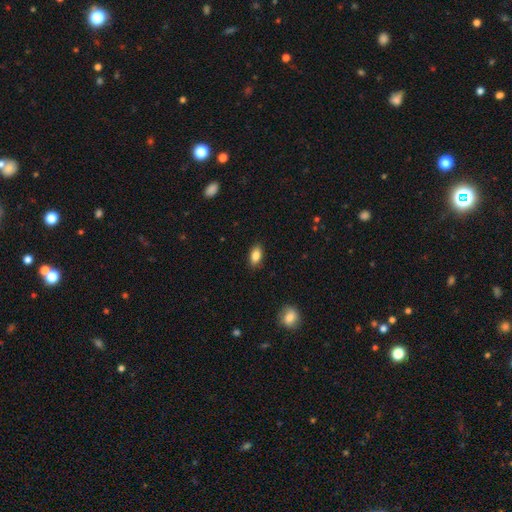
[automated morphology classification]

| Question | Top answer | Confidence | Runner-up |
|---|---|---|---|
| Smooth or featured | smooth | 85% | star or artifact (8%) |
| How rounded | in between | 90% | round (5%) |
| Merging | none | 87% | minor disturbance (10%) |